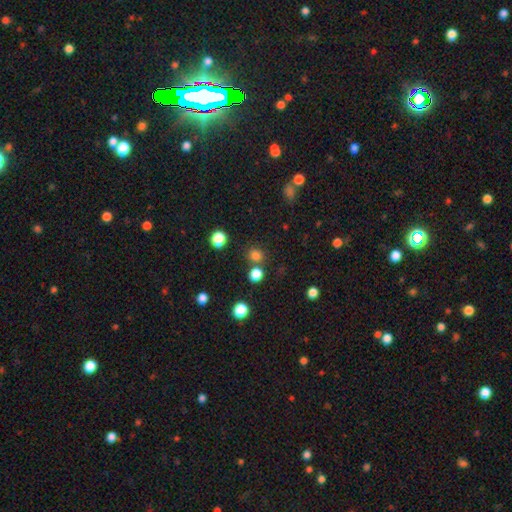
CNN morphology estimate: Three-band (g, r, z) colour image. It shows a smooth galaxy with no disk features (77%) that is round (87%). Merging: none (75%).